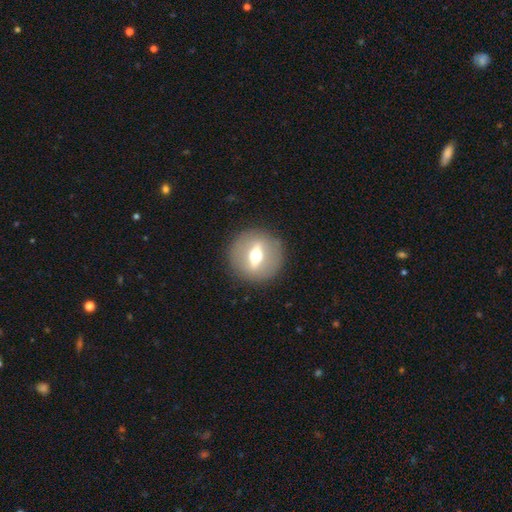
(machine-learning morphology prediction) The model was most divided on "edge-on disk": no: 53%, yes: 47%. More confident: merging — none (89%); smooth or featured — featured or disk (64%).